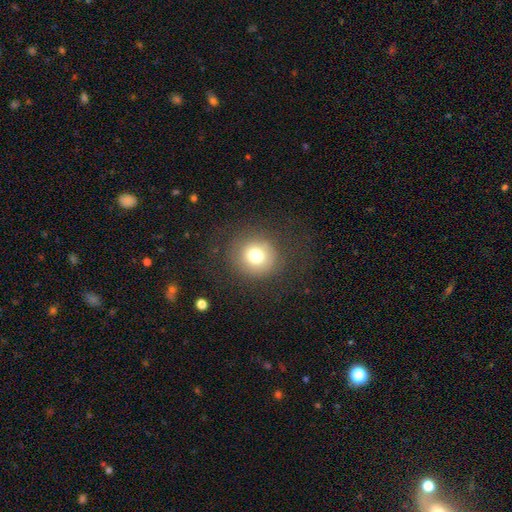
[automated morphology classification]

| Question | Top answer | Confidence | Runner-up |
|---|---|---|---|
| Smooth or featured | smooth | 74% | star or artifact (13%) |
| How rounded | round | 92% | in between (7%) |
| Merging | none | 82% | minor disturbance (10%) |